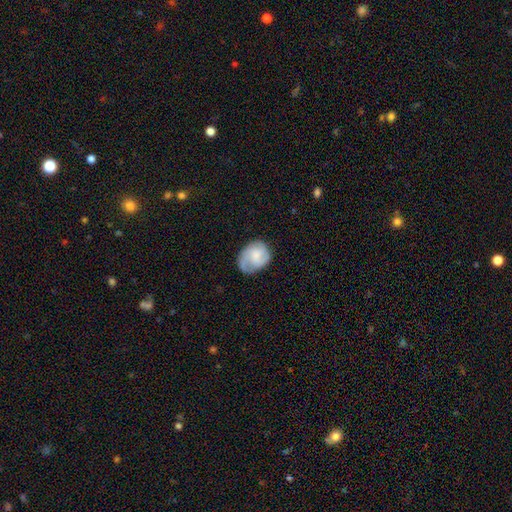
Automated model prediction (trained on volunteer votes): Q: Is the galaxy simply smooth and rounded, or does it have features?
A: featured or disk — 50%.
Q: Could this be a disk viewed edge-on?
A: no — 98%.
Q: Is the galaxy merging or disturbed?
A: none — 60%.